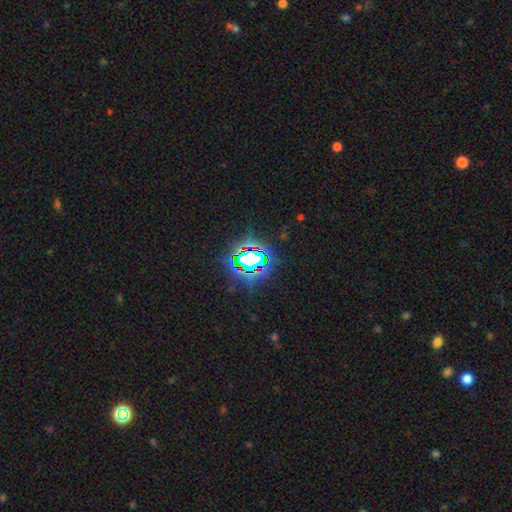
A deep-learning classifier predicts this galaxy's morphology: Overall: star or artifact (80%).